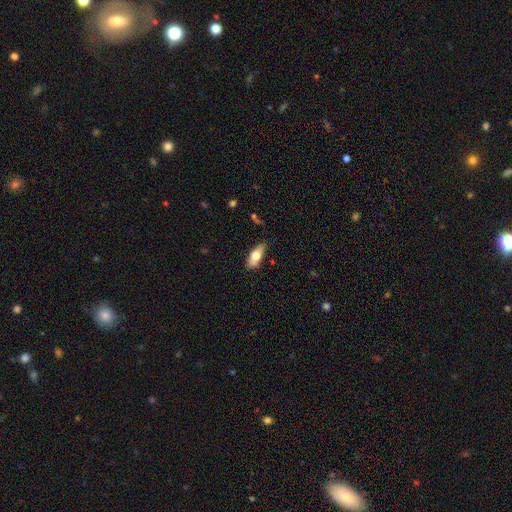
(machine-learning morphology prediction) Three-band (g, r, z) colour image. It shows a smooth galaxy with no disk features (61%) that is in between round and cigar-shaped (77%). Merging: none (61%).